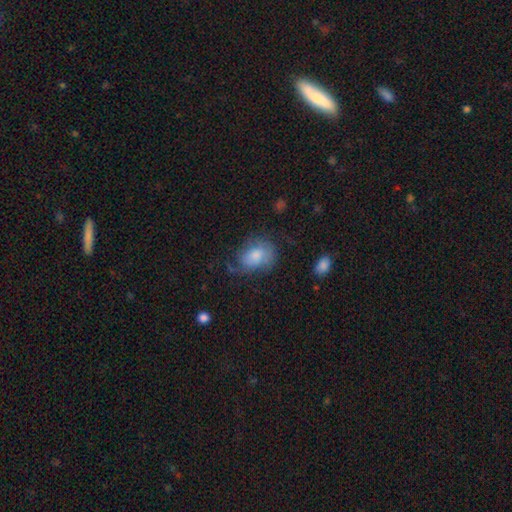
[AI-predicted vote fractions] This is likely a smooth galaxy (61%). How rounded: likely in between (67%). Merging: possibly none (52%).